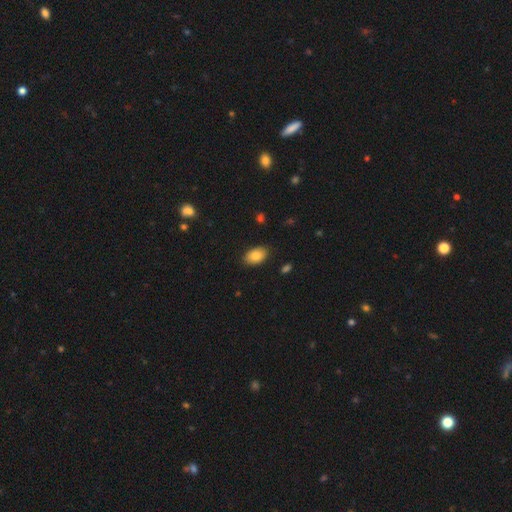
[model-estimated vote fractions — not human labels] This is clearly a smooth galaxy (83%). How rounded: clearly in between (90%). Merging: clearly none (87%).